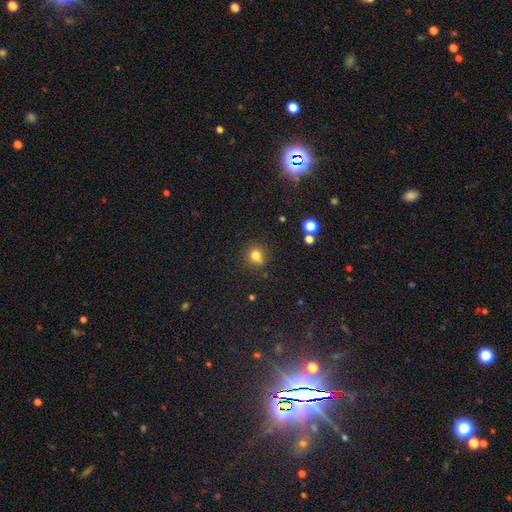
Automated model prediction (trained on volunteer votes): smooth-or-featured: smooth: 78% | star or artifact: 14% | featured or disk: 8%
  how-rounded: round: 74% | in between: 25% | cigar-shaped: 1%
  merging: none: 72% | minor disturbance: 17% | merger: 6% | major disturbance: 5%